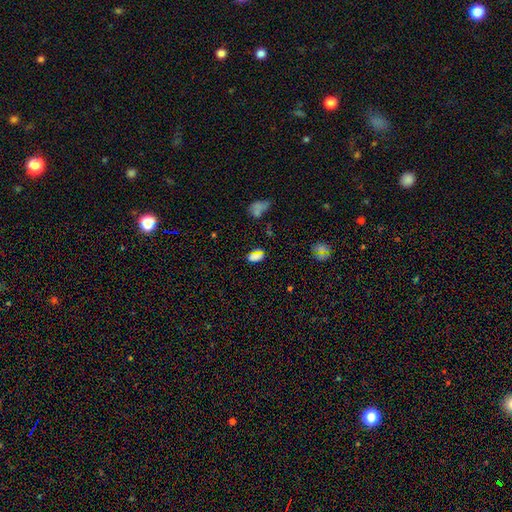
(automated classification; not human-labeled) A smooth galaxy with no disk features (60%) that is in between round and cigar-shaped (78%). Merging: none (76%).